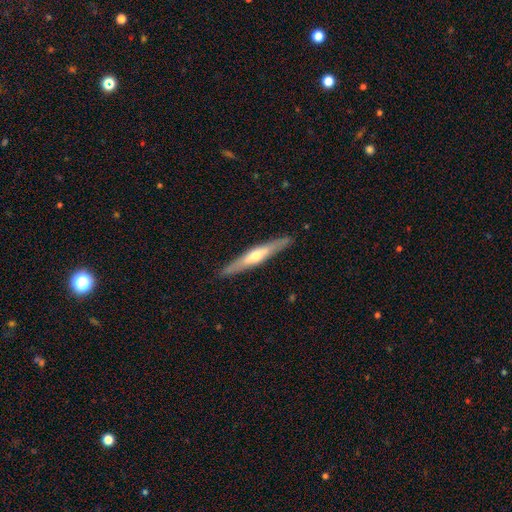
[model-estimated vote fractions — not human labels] Smooth or featured? featured or disk (61%)
Edge-on disk? yes (94%)
Edge-on bulge? rounded (85%)
Merging? none (90%)